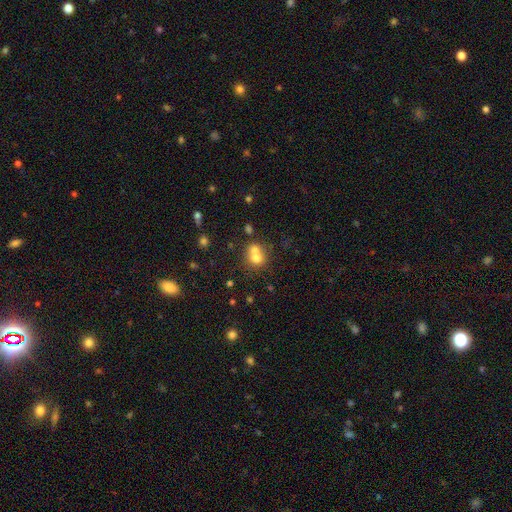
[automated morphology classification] Smooth or featured: smooth — 67% (featured or disk — 20%)
How rounded: round — 76% (in between — 23%)
Merging: merger — 61% (none — 30%)